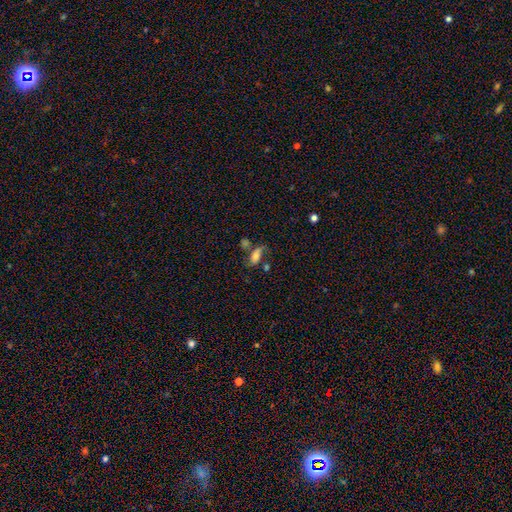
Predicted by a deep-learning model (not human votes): smooth 61%, featured or disk 28%, star or artifact 12%. Down the decision tree: how rounded — in between (83%); merging — none (41%).